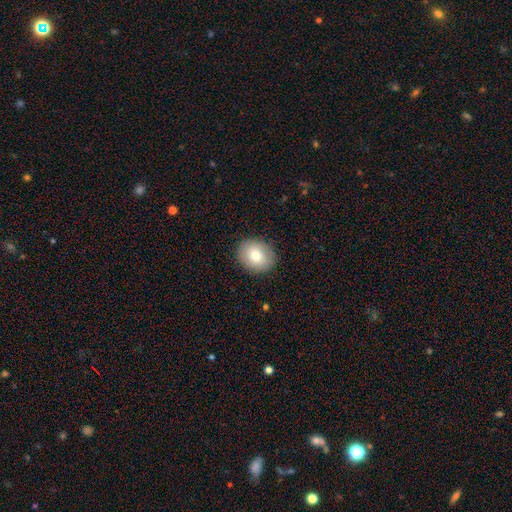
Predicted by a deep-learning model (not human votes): Overall: smooth (79%). How rounded: round (59%; in between 40%). Merging: none (89%).